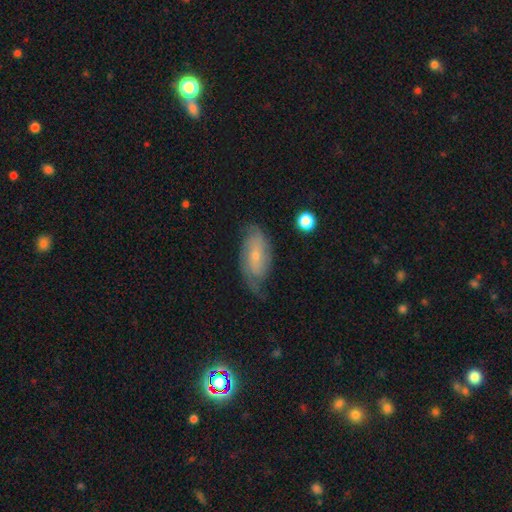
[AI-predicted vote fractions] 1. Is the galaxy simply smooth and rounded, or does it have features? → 62% featured or disk, 31% smooth, 7% star or artifact.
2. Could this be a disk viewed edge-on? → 91% no, 9% yes.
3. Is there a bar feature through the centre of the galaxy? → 60% no, 31% weak, 9% strong.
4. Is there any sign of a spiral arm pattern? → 86% yes, 14% no.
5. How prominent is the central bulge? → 69% small, 26% moderate, 3% none, 1% large, 1% dominant.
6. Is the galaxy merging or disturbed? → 57% none, 28% minor disturbance, 13% major disturbance, 2% merger.